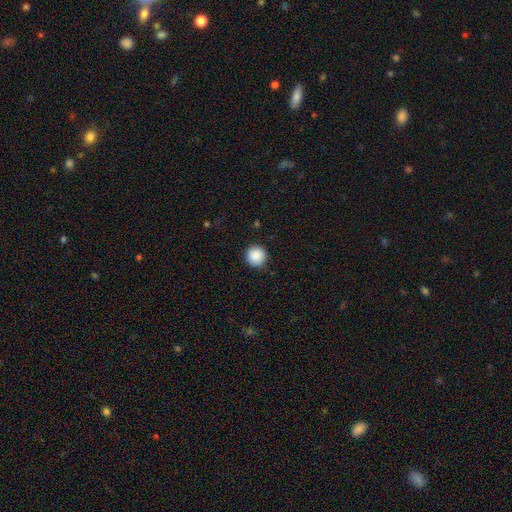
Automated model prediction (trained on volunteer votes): smooth-or-featured: smooth: 89% | star or artifact: 8% | featured or disk: 3%
  how-rounded: round: 96% | in between: 3% | cigar-shaped: 1%
  merging: none: 91% | minor disturbance: 6% | major disturbance: 2% | merger: 1%